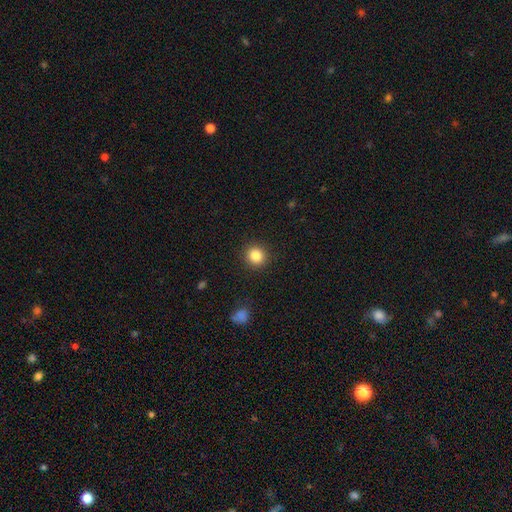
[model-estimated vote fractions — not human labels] smooth_or_featured: smooth (p=0.85) [alt: star or artifact p=0.10]
how_rounded: round (p=0.91) [alt: in between p=0.08]
merging: none (p=0.91) [alt: minor disturbance p=0.06]